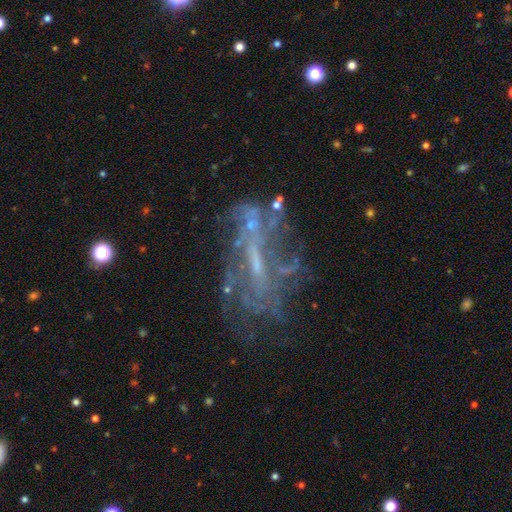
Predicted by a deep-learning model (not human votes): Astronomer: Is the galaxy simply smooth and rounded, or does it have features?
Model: featured or disk — 68%.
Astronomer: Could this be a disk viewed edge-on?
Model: no — 86%.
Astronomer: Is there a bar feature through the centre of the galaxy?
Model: no — 40% (runner-up: weak, 32%).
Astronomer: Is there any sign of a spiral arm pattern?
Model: no — 56% (runner-up: yes, 44%).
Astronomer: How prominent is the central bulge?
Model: small — 45% (runner-up: none, 42%).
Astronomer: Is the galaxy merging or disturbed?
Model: none — 49% (runner-up: major disturbance, 26%).